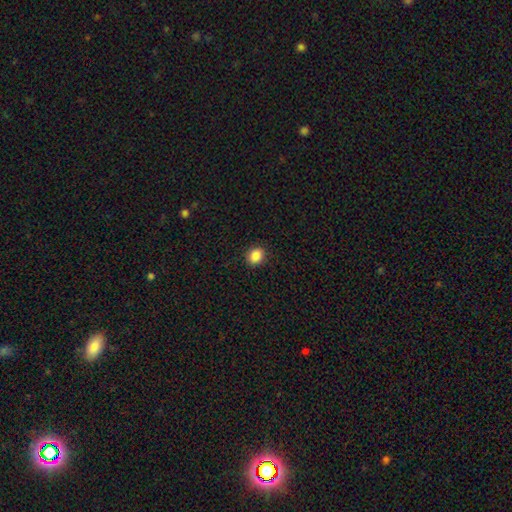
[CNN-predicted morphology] This is clearly a smooth galaxy (87%). How rounded: likely round (66%). Merging: clearly none (91%).